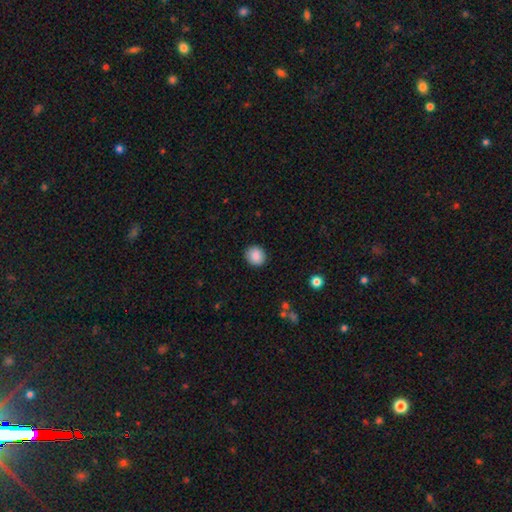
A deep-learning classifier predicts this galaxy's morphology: This appears to be a smooth galaxy with no disk features (87%) that is round (80%). Merging: none (90%).